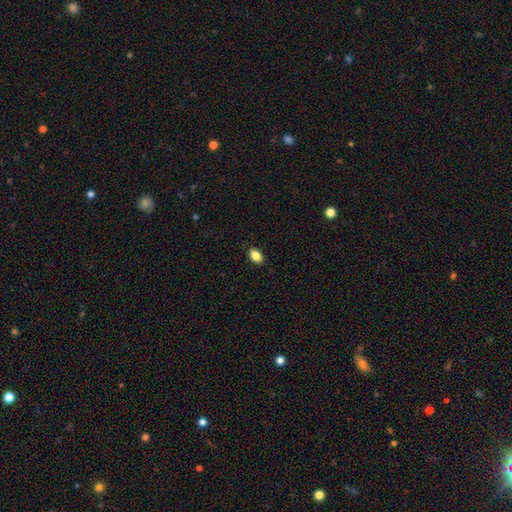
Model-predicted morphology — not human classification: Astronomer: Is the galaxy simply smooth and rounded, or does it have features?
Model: smooth — 86%.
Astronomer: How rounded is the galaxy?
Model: in between — 87%.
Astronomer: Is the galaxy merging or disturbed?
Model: none — 88%.